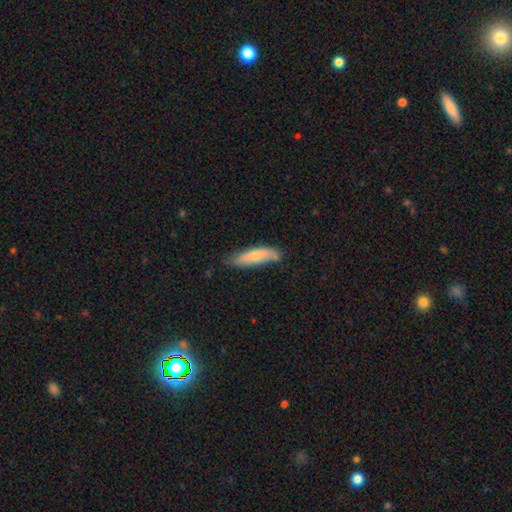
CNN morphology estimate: Smooth or featured: smooth — 73% (featured or disk — 22%)
How rounded: cigar-shaped — 58% (in between — 40%)
Merging: none — 63% (minor disturbance — 29%)